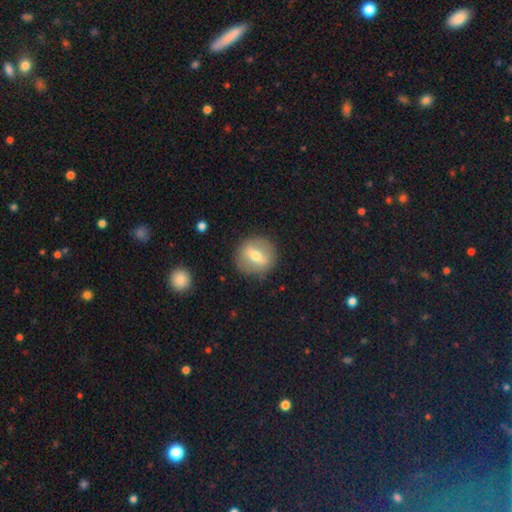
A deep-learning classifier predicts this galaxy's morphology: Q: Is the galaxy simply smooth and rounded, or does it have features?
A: featured or disk — 48%.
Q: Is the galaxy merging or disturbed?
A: none — 86%.